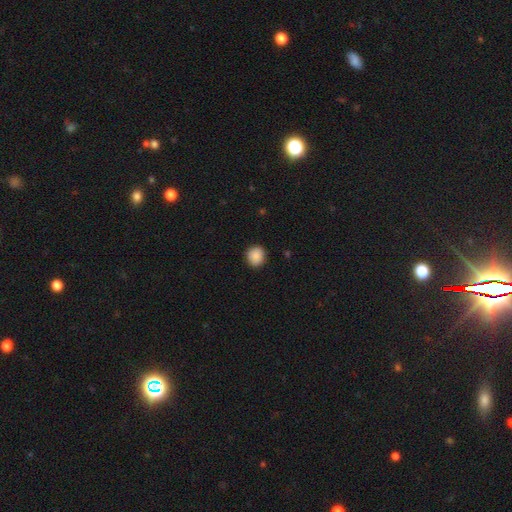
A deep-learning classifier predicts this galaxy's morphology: smooth 88%, star or artifact 8%, featured or disk 4%. Down the decision tree: how rounded — round (79%); merging — none (89%).